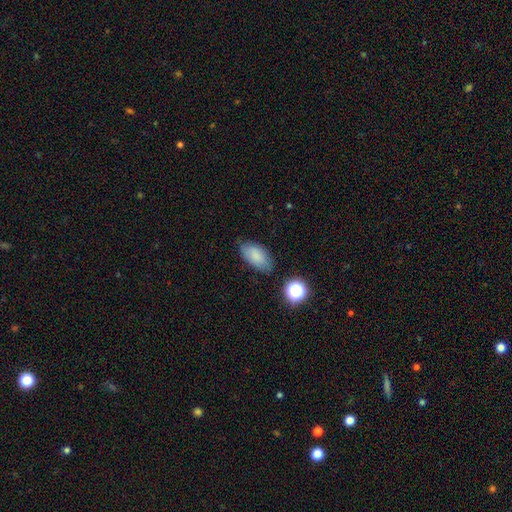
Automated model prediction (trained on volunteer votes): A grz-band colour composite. It shows a smooth galaxy with no disk features (82%) that is in between round and cigar-shaped (92%). Merging: none (74%).